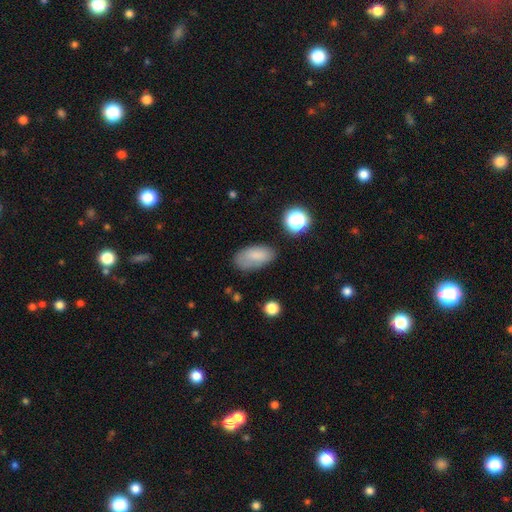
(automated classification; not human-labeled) The model was most divided on "merging": none: 69%, minor disturbance: 21%, major disturbance: 7%, merger: 3%. More confident: how rounded — in between (93%); smooth or featured — smooth (80%).